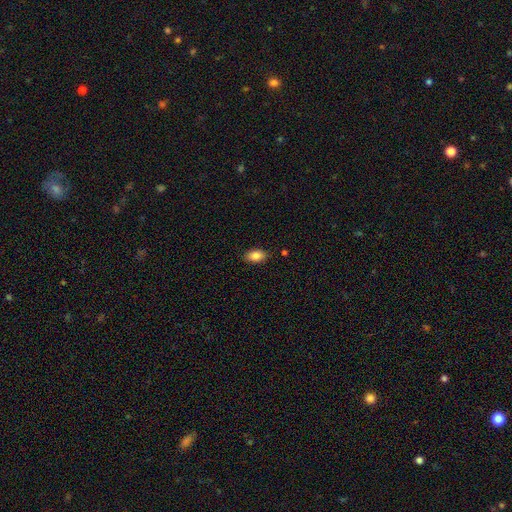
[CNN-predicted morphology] Smooth or featured?
  - smooth: 86% *
  - star or artifact: 8%
  - featured or disk: 6%
How rounded?
  - in between: 89% *
  - round: 9%
  - cigar-shaped: 2%
Merging?
  - none: 87% *
  - minor disturbance: 10%
  - major disturbance: 2%
  - merger: 1%